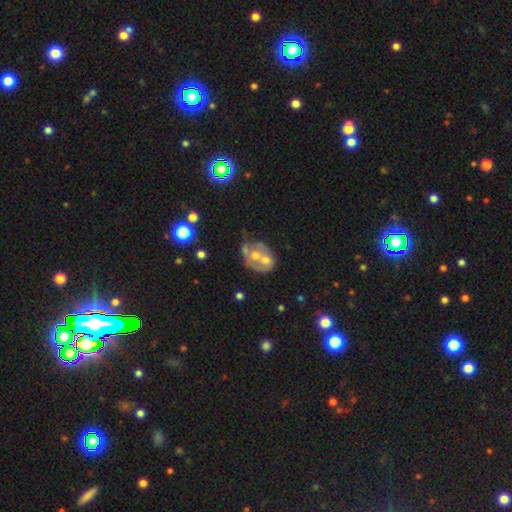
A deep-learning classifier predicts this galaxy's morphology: Smooth or featured? featured or disk (57%)
Edge-on disk? no (97%)
Bar? no (86%)
Spiral arms? no (79%)
Bulge size? moderate (64%)
Merging? merger (53%)